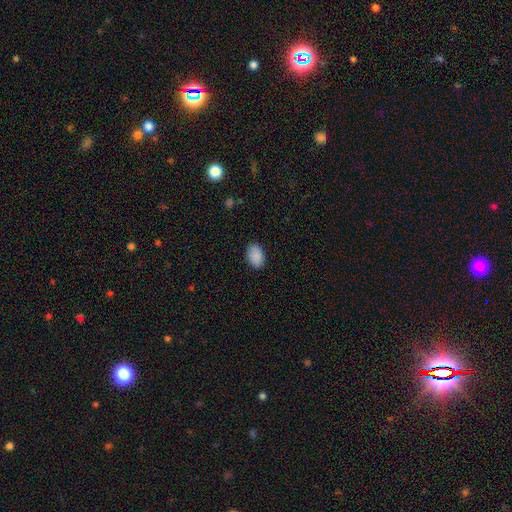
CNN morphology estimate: A smooth galaxy with no disk features (90%) that is in between round and cigar-shaped (86%).

Vote fractions:
- Smooth or featured? smooth: 90% / star or artifact: 7% / featured or disk: 3%
- How rounded? in between: 86% / round: 13% / cigar-shaped: 1%
- Merging? none: 88% / minor disturbance: 9% / major disturbance: 2% / merger: 1%